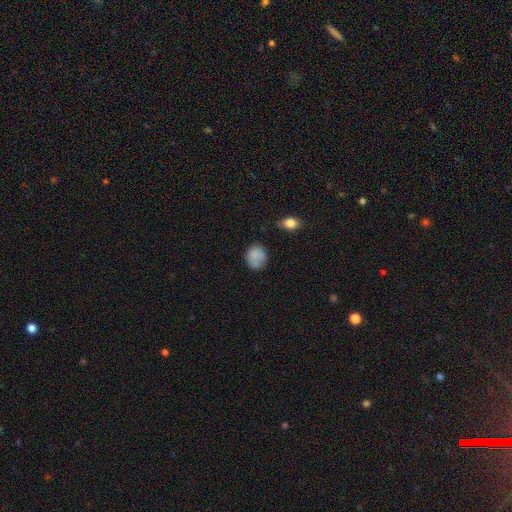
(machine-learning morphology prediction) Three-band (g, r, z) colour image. It shows a smooth galaxy with no disk features (83%) that is round (68%). Merging: none (64%).